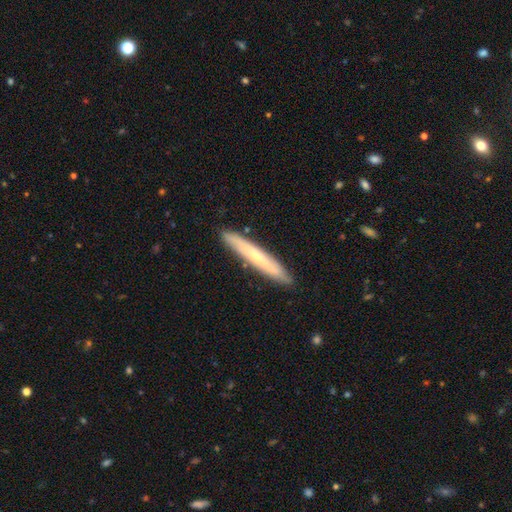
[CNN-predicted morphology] This is possibly a smooth galaxy (52%). How rounded: clearly cigar-shaped (95%). Merging: clearly none (89%).